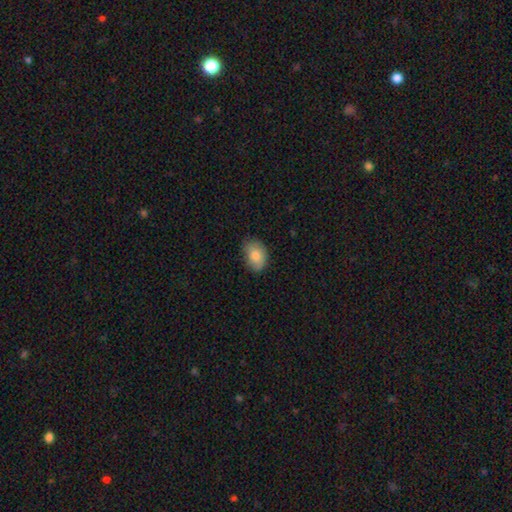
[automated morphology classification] Smooth or featured: smooth — 82% (featured or disk — 10%)
How rounded: in between — 74% (round — 25%)
Merging: none — 73% (minor disturbance — 22%)